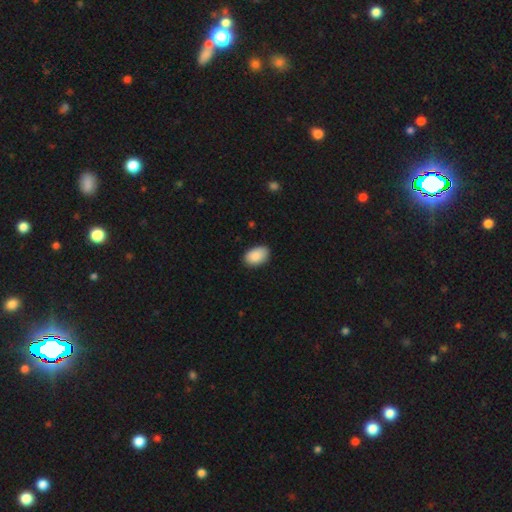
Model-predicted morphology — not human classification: type=smooth (90%); roundness=in between (90%); merging=none (82%).